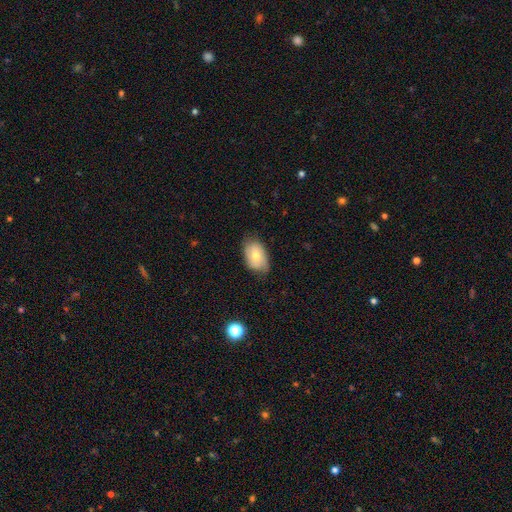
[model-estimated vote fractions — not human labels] Smooth or featured? Predicted: smooth (p=0.65). How rounded? Predicted: in between (p=0.88). Merging? Predicted: none (p=0.67).